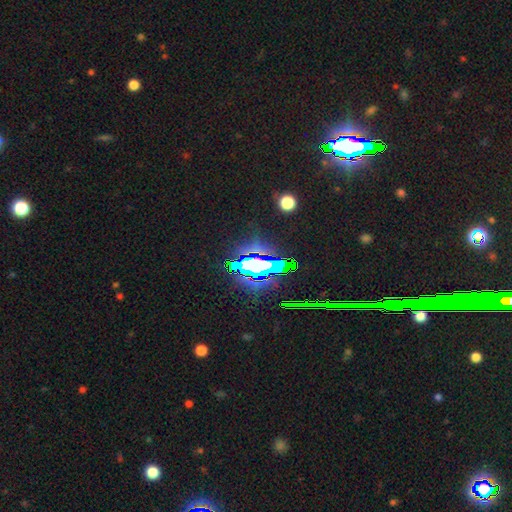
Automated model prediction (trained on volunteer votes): Smooth or featured: star or artifact — 78% (smooth — 11%)